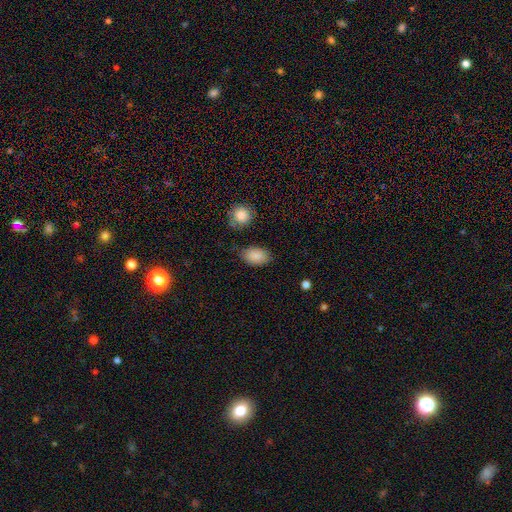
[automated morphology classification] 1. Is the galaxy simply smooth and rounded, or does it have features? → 88% smooth, 7% star or artifact, 4% featured or disk.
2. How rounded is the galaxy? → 90% in between, 9% round, 1% cigar-shaped.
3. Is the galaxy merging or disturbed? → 78% none, 15% minor disturbance, 4% major disturbance, 3% merger.